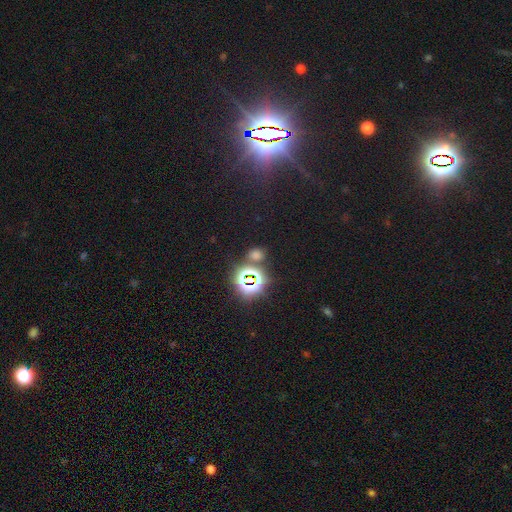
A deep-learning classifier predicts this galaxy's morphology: The model was most divided on "smooth or featured": star or artifact: 49%, smooth: 44%, featured or disk: 6%.